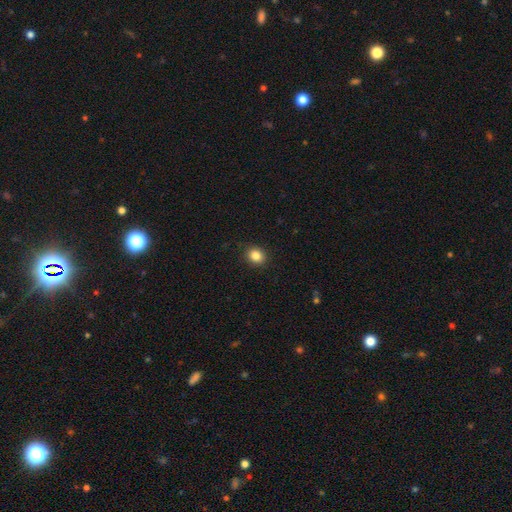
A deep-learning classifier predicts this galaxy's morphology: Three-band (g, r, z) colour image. It shows a smooth galaxy with no disk features (85%) that is round (65%). Merging: none (89%).